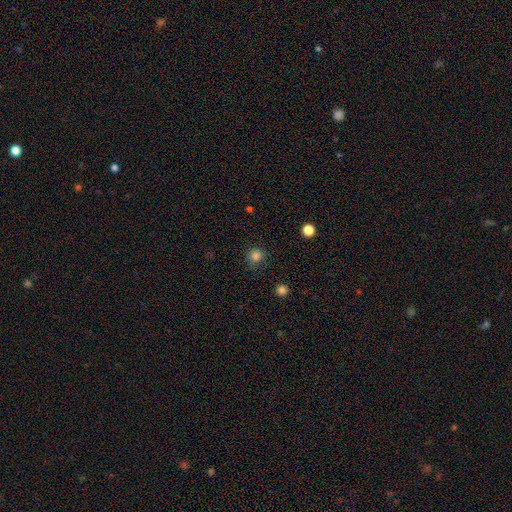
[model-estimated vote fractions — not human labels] Smooth or featured: smooth — 82% (star or artifact — 14%)
How rounded: round — 89% (in between — 10%)
Merging: none — 82% (minor disturbance — 13%)